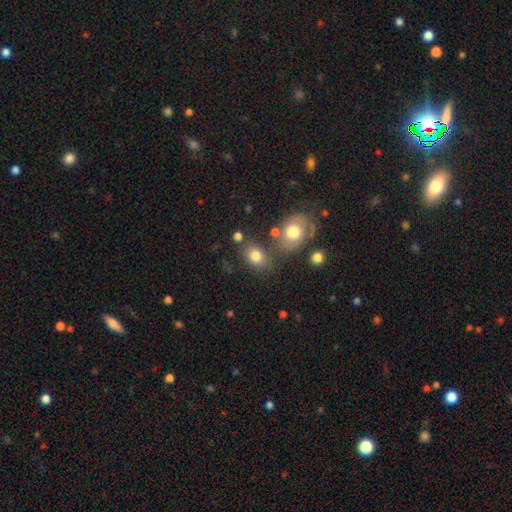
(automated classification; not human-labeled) Smooth or featured: smooth — 78% (star or artifact — 12%)
How rounded: in between — 65% (round — 34%)
Merging: none — 64% (merger — 16%)